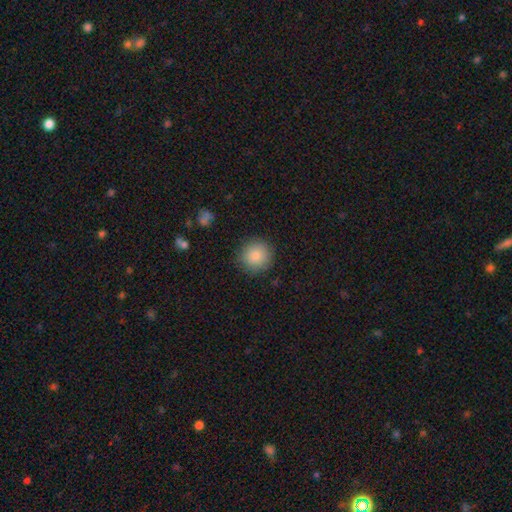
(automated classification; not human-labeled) Smooth or featured? smooth (85%)
How rounded? round (93%)
Merging? none (89%)